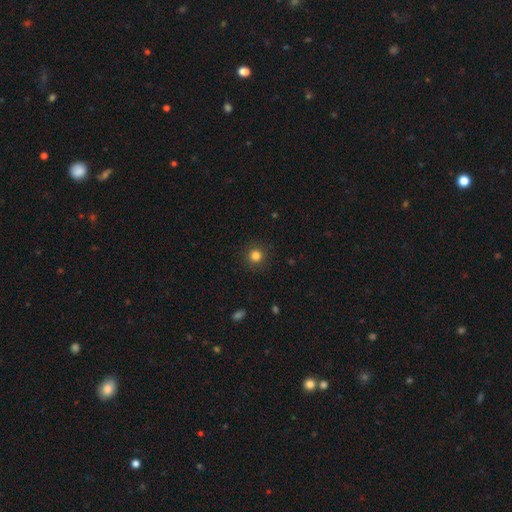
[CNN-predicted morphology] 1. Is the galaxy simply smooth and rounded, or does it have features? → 83% smooth, 12% star or artifact, 5% featured or disk.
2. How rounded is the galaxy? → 94% round, 5% in between, 1% cigar-shaped.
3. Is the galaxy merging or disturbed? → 90% none, 7% minor disturbance, 3% major disturbance, 1% merger.